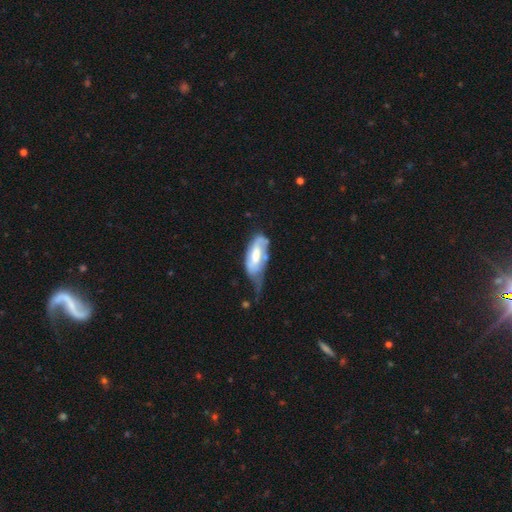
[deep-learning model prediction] smooth-or-featured: featured or disk: 50% | smooth: 44% | star or artifact: 6%
  disk-edge-on: no: 88% | yes: 12%
  merging: major disturbance: 41% | minor disturbance: 35% | none: 18% | merger: 7%